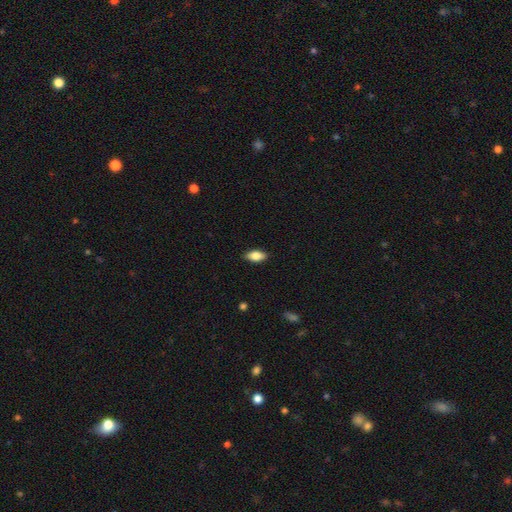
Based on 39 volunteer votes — smooth-or-featured: smooth: 77% | featured or disk: 21% | star or artifact: 3%
  how-rounded: in between: 90% | cigar-shaped: 10% | round: 0%
  merging: none: 100% | minor disturbance: 0% | major disturbance: 0% | merger: 0%